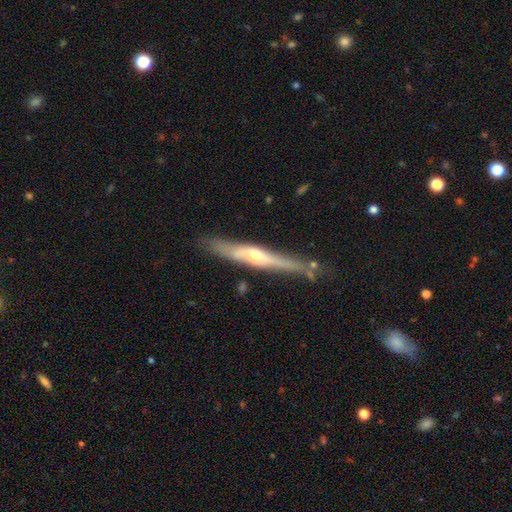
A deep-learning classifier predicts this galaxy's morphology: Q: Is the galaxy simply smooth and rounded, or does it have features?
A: featured or disk — 71%.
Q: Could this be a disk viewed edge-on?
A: yes — 93%.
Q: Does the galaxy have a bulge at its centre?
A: rounded — 77%.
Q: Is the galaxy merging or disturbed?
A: none — 77%.